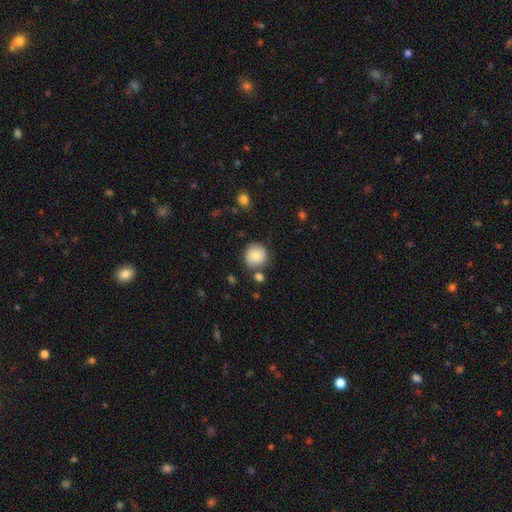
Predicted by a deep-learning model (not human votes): Smooth or featured: smooth — 83% (featured or disk — 8%)
How rounded: round — 92% (in between — 7%)
Merging: none — 77% (minor disturbance — 11%)